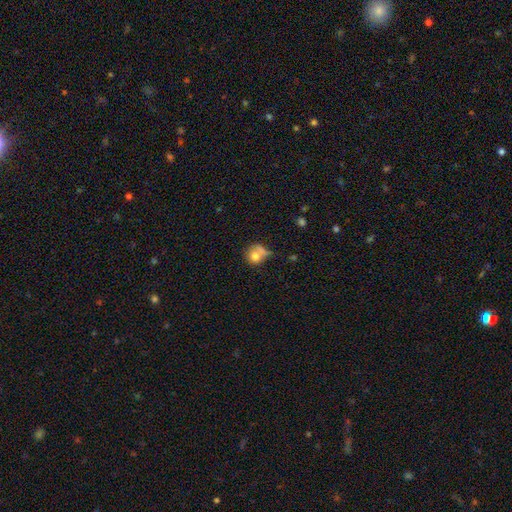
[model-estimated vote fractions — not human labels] Morphology: type=smooth (73%); roundness=round (78%); merging=none (39%).